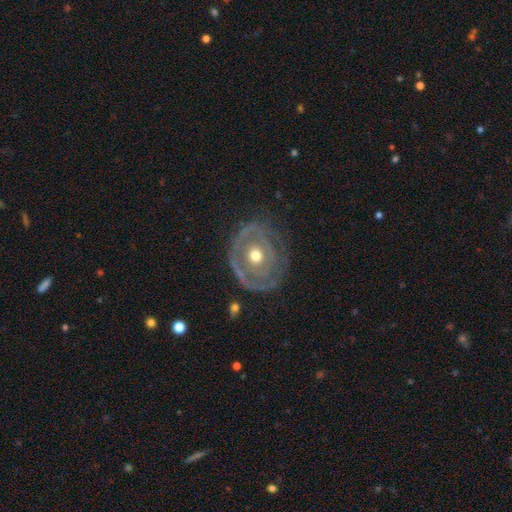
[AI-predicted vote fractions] Smooth or featured? Predicted: featured or disk (p=0.73). Edge-on disk? Predicted: no (p=0.96). Bar? Predicted: no (p=0.85). Spiral arms? Predicted: yes (p=0.52). Bulge size? Predicted: moderate (p=0.74). Merging? Predicted: none (p=0.65).